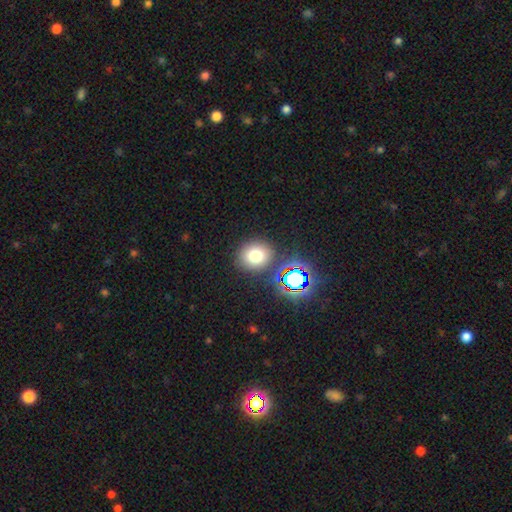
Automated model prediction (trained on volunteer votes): Morphology: type=smooth (71%); roundness=round (73%); merging=none (83%).